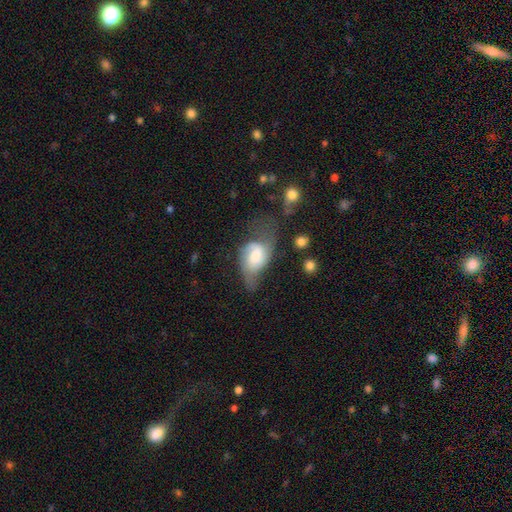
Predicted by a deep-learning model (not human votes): A featured or disk galaxy (56%) with no bar (48%), spiral arms (83%) and a moderate central bulge (43%). Merging: major disturbance (43%).